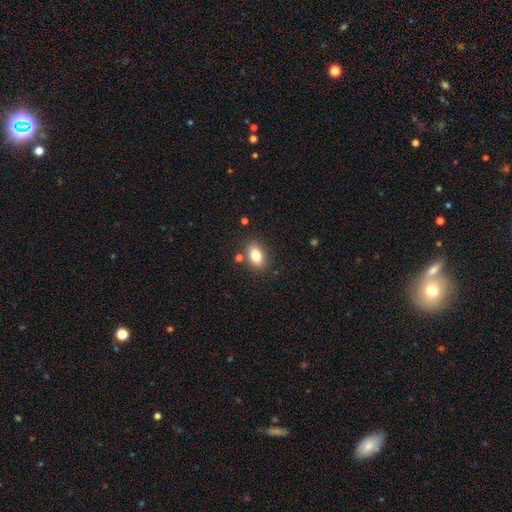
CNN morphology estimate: This is likely a smooth galaxy (80%). How rounded: clearly in between (84%). Merging: clearly none (82%).